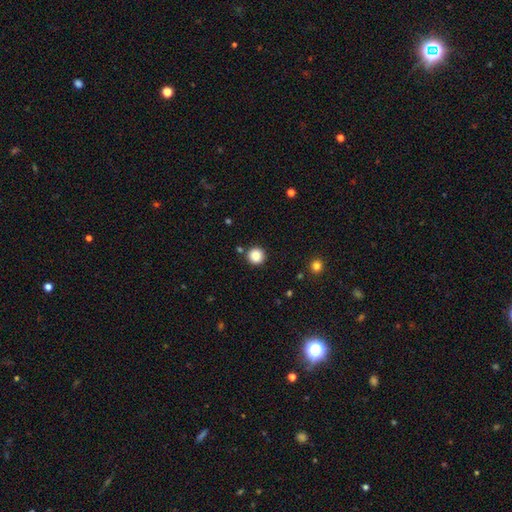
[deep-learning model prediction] Morphology: type=smooth (86%); roundness=round (95%); merging=none (89%).